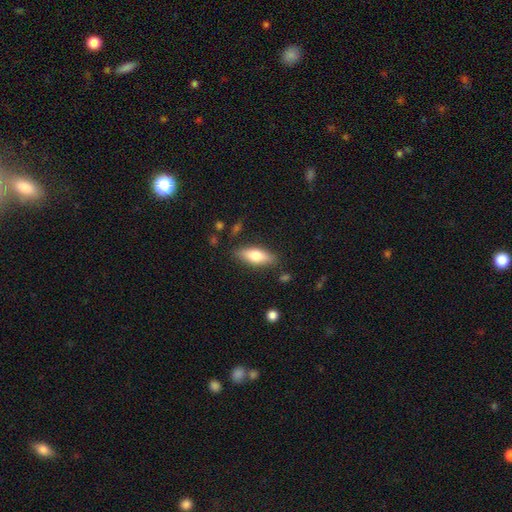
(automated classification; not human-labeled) This appears to be a smooth galaxy with no disk features (71%) that is in between round and cigar-shaped (67%). Merging: none (84%).